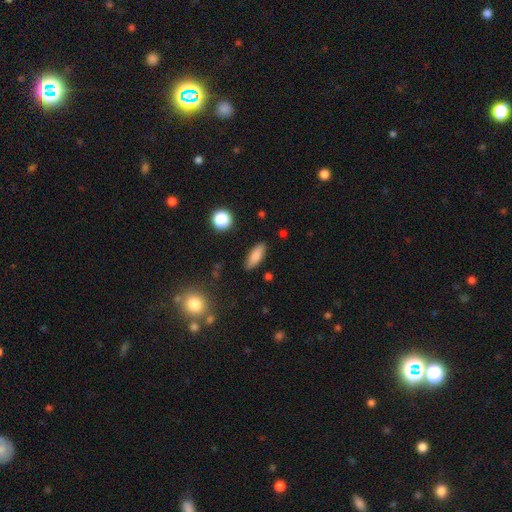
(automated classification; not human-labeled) This appears to be a smooth galaxy with no disk features (82%) that is in between round and cigar-shaped (68%). Merging: none (85%).